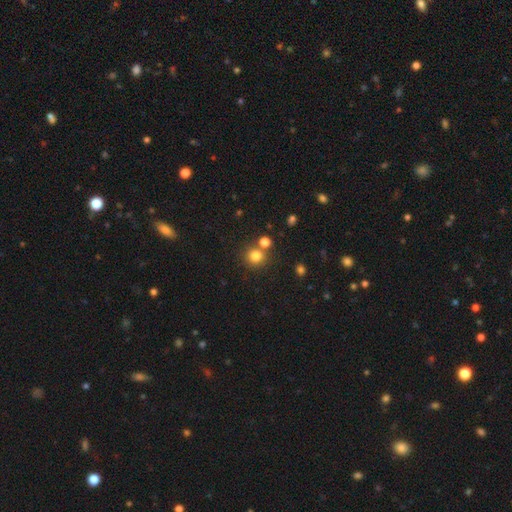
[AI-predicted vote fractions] smooth-or-featured: smooth: 81% | star or artifact: 13% | featured or disk: 6%
  how-rounded: round: 91% | in between: 8% | cigar-shaped: 1%
  merging: none: 72% | merger: 18% | minor disturbance: 7% | major disturbance: 3%